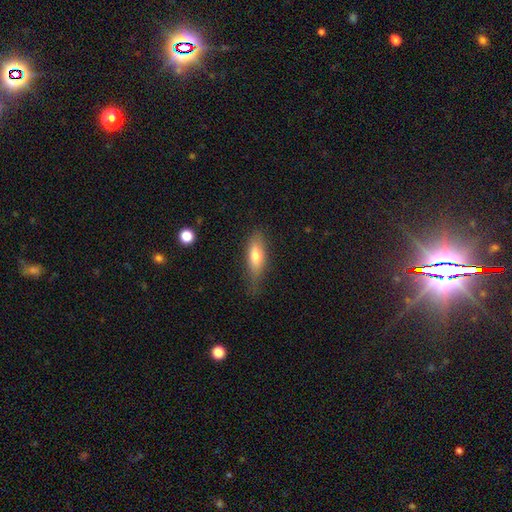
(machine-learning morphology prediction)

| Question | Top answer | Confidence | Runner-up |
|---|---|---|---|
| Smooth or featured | smooth | 70% | featured or disk (24%) |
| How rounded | in between | 57% | cigar-shaped (40%) |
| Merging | none | 67% | minor disturbance (25%) |